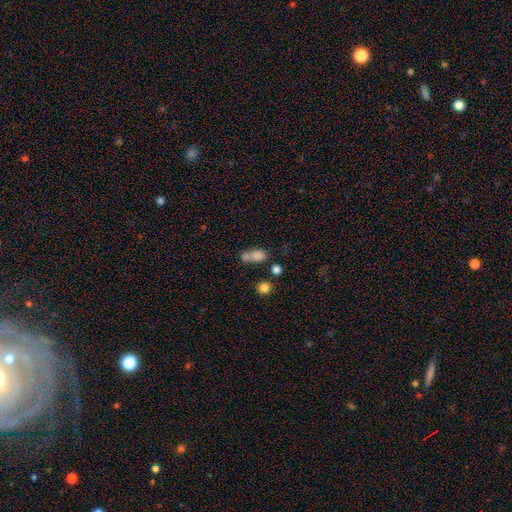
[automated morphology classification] Smooth or featured: smooth — 76% (star or artifact — 12%)
How rounded: in between — 70% (round — 25%)
Merging: merger — 48% (none — 32%)